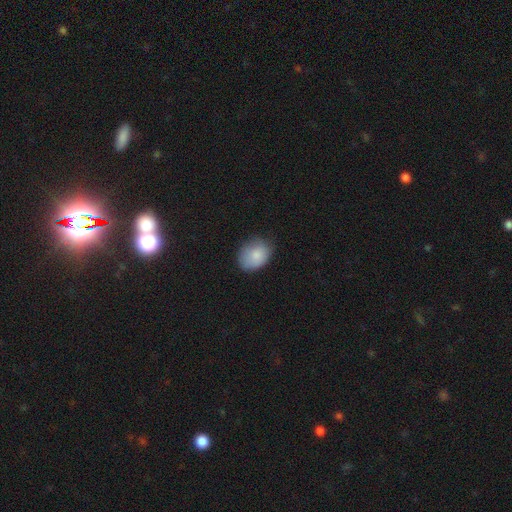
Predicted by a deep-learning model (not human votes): Smooth or featured?
  - smooth: 84% *
  - featured or disk: 8%
  - star or artifact: 7%
How rounded?
  - in between: 59% *
  - round: 40%
  - cigar-shaped: 1%
Merging?
  - none: 67% *
  - minor disturbance: 26%
  - major disturbance: 5%
  - merger: 1%